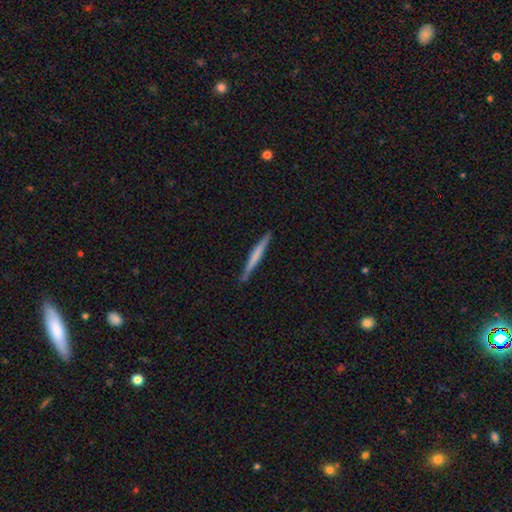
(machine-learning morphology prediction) smooth-or-featured: smooth: 52% | featured or disk: 43% | star or artifact: 5%
  how-rounded: cigar-shaped: 97% | in between: 2% | round: 1%
  merging: none: 89% | minor disturbance: 8% | merger: 2% | major disturbance: 1%